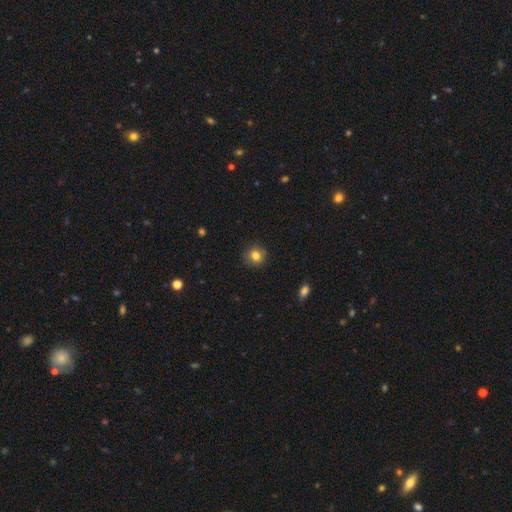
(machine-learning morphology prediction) smooth-or-featured: smooth: 81% | star or artifact: 11% | featured or disk: 9%
  how-rounded: round: 82% | in between: 17% | cigar-shaped: 1%
  merging: none: 87% | minor disturbance: 10% | major disturbance: 2% | merger: 1%